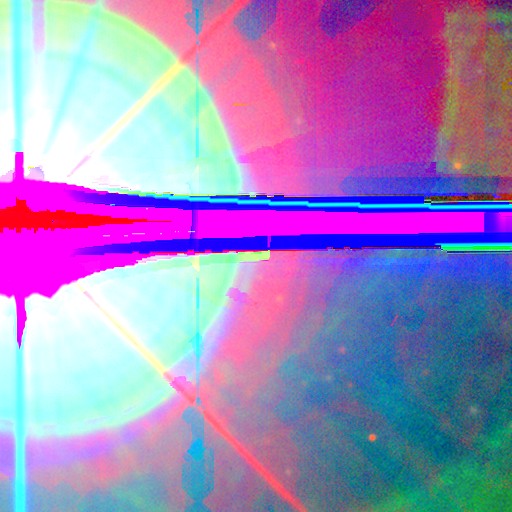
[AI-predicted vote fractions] Smooth or featured: star or artifact — 84% (featured or disk — 10%)